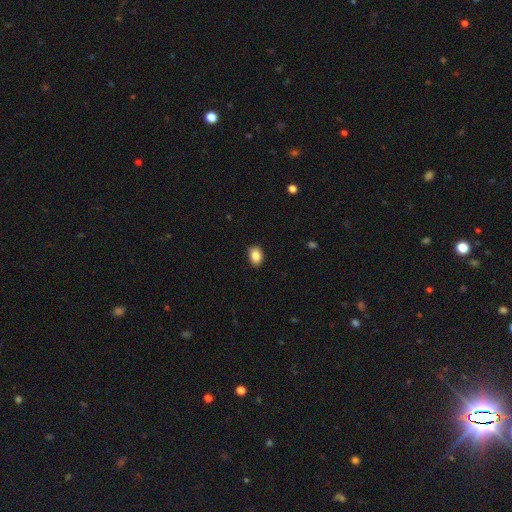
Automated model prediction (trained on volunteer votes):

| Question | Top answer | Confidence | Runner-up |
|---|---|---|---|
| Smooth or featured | smooth | 87% | star or artifact (8%) |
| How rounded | in between | 77% | round (22%) |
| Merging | none | 87% | minor disturbance (10%) |